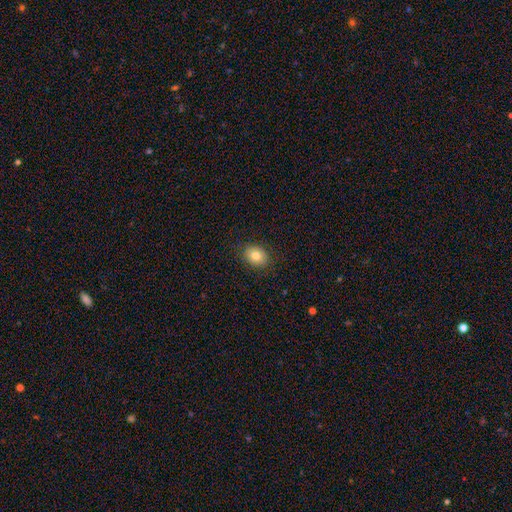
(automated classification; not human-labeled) Smooth or featured?
  - smooth: 82% *
  - star or artifact: 9%
  - featured or disk: 9%
How rounded?
  - in between: 54% *
  - round: 45%
  - cigar-shaped: 1%
Merging?
  - none: 87% *
  - minor disturbance: 9%
  - major disturbance: 2%
  - merger: 1%